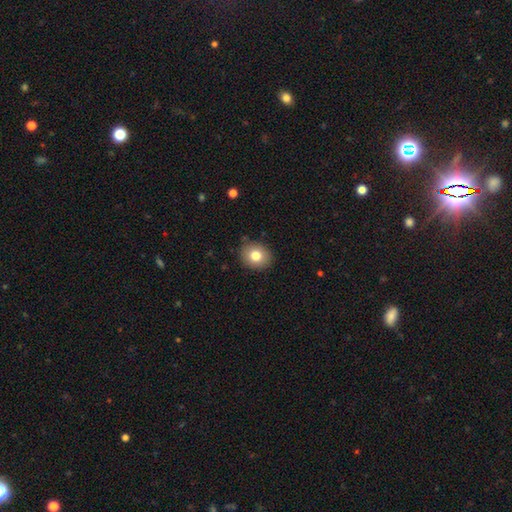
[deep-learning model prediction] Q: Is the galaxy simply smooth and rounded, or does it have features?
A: smooth — 80%.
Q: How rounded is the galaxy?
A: round — 62%.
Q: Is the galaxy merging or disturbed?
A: none — 88%.